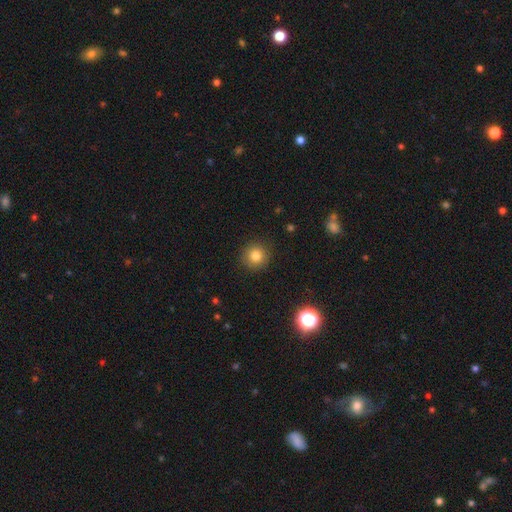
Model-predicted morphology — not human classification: type=smooth (81%); roundness=round (93%); merging=none (91%).